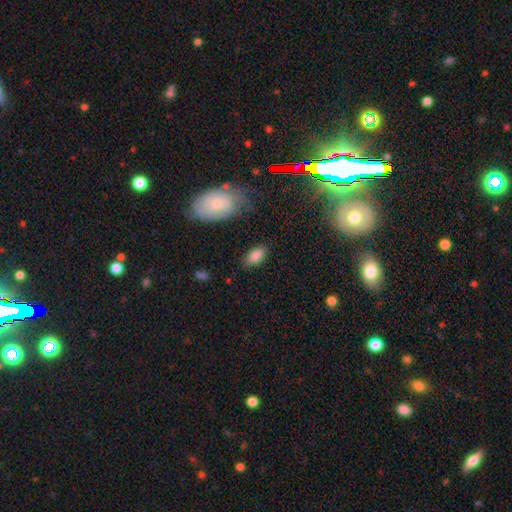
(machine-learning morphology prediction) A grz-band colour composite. It shows a smooth galaxy with no disk features (85%) that is in between round and cigar-shaped (93%). Merging: none (80%).